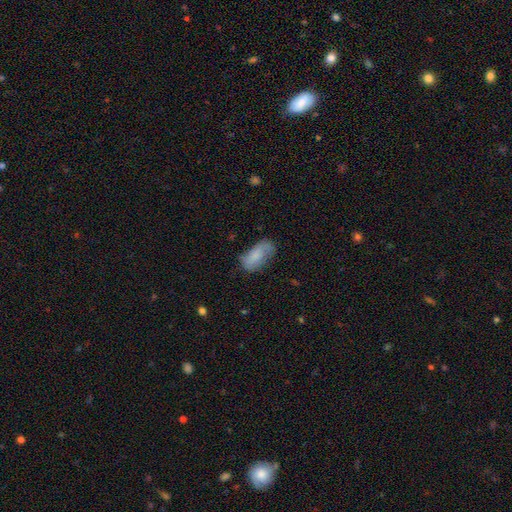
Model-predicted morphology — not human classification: smooth_or_featured: smooth (p=0.72) [alt: featured or disk p=0.21]
how_rounded: in between (p=0.91) [alt: cigar-shaped p=0.06]
merging: none (p=0.56) [alt: minor disturbance p=0.31]